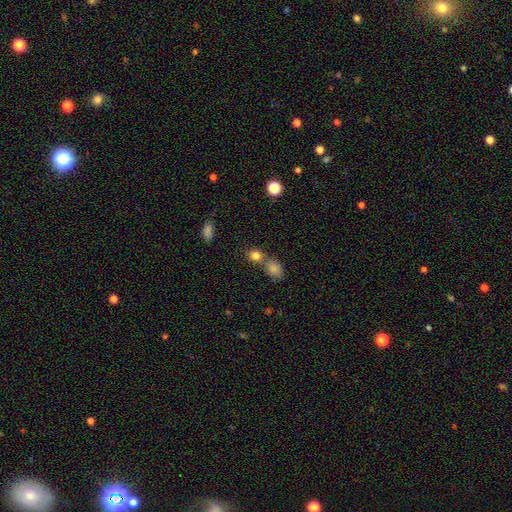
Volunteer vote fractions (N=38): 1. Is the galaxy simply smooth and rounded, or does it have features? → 84% smooth, 8% featured or disk, 8% star or artifact.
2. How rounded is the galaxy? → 69% round, 31% in between, 0% cigar-shaped.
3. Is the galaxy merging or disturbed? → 54% none, 40% merger, 6% minor disturbance, 0% major disturbance.